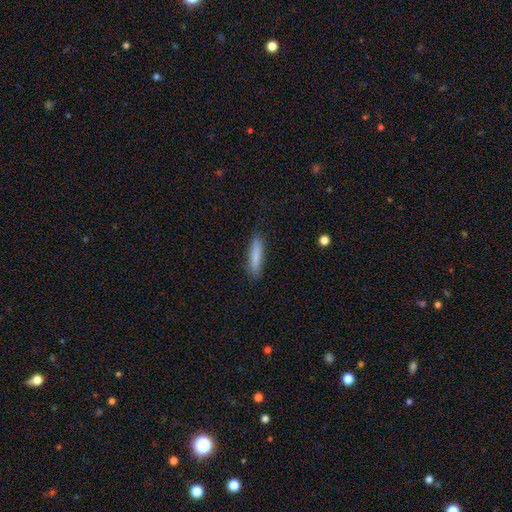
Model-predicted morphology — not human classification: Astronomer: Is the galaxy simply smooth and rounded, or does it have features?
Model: smooth — 82%.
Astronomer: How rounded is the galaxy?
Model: cigar-shaped — 87%.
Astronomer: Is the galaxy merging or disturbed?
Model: none — 86%.